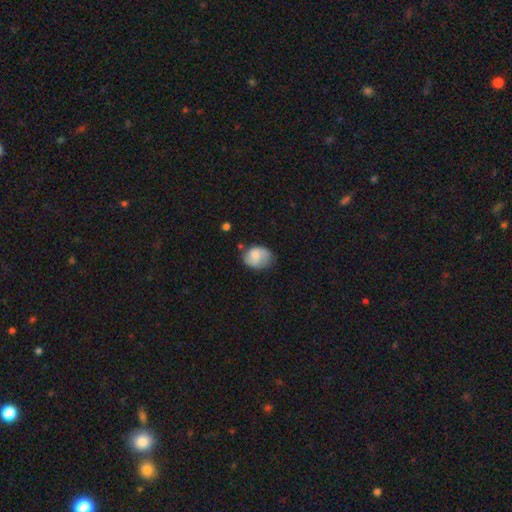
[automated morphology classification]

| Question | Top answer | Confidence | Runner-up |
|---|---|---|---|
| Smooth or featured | smooth | 55% | featured or disk (37%) |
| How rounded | in between | 60% | round (39%) |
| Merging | none | 57% | minor disturbance (30%) |